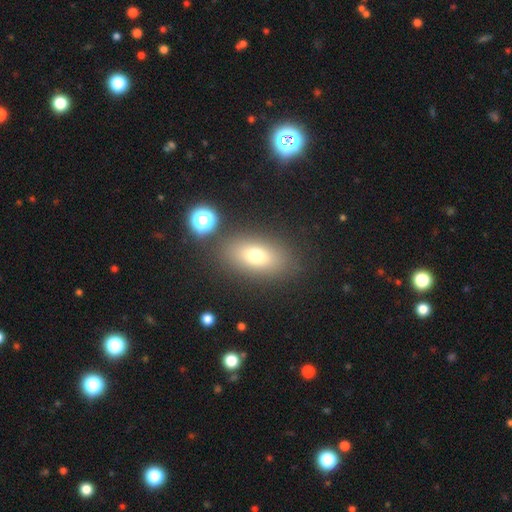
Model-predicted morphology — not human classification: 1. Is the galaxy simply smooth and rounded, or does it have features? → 72% smooth, 15% featured or disk, 13% star or artifact.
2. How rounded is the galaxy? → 81% in between, 14% round, 5% cigar-shaped.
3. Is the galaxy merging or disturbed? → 82% none, 10% minor disturbance, 4% merger, 4% major disturbance.